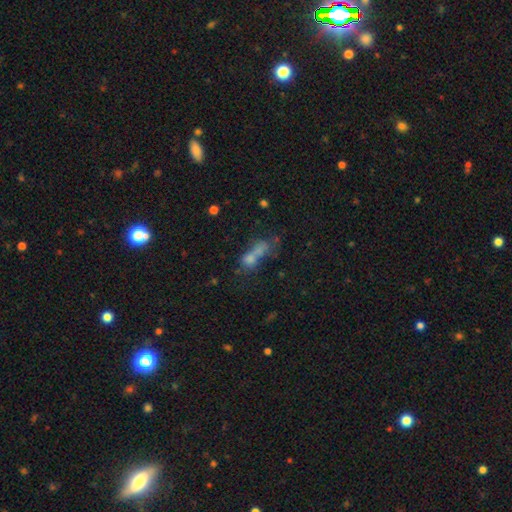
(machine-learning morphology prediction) smooth 50%, star or artifact 26%, featured or disk 24%. Down the decision tree: how rounded — in between (48%); merging — merger (45%).